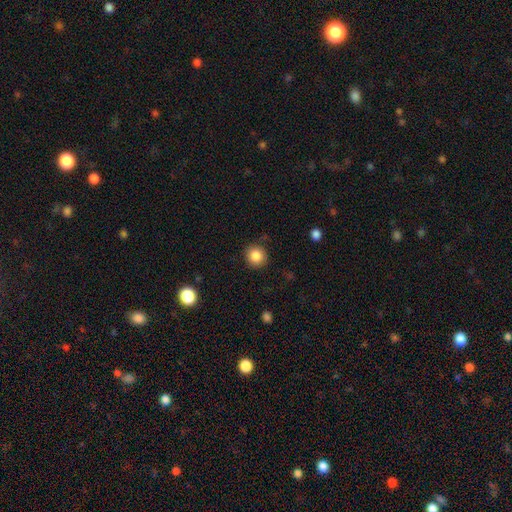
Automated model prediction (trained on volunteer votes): This is clearly a smooth galaxy (85%). How rounded: clearly round (91%). Merging: clearly none (87%).